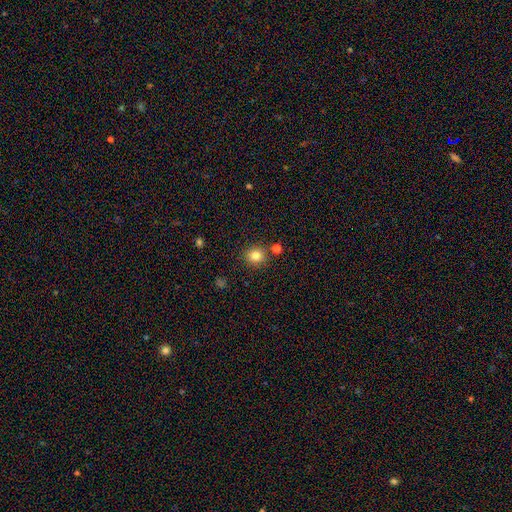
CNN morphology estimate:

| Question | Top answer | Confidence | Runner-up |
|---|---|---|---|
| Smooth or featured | smooth | 82% | star or artifact (12%) |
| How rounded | round | 85% | in between (14%) |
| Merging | none | 81% | minor disturbance (9%) |